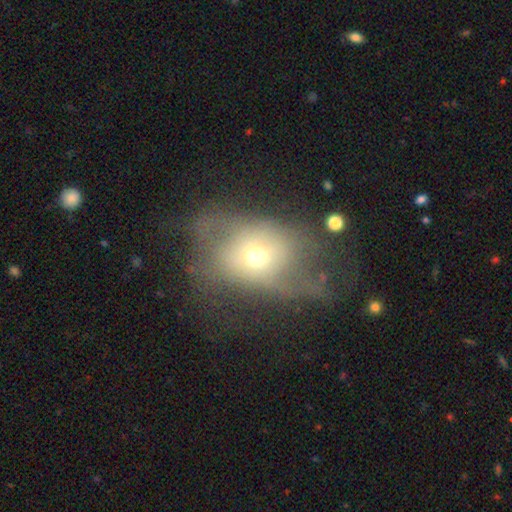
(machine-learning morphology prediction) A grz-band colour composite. It shows a smooth galaxy with no disk features (51%) that is in between round and cigar-shaped (57%). Merging: major disturbance (45%).